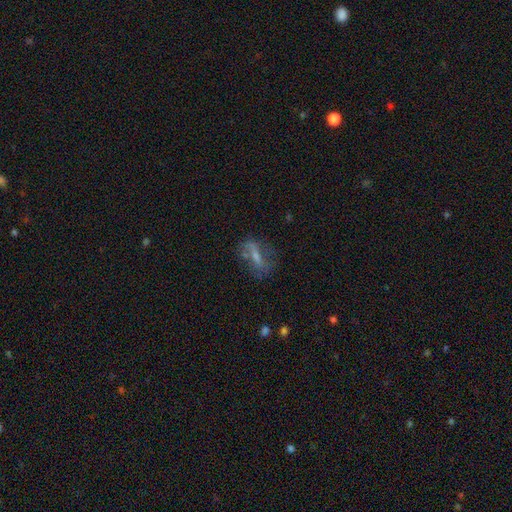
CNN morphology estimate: Smooth or featured? featured or disk (50%)
Edge-on disk? no (81%)
Merging? none (60%)